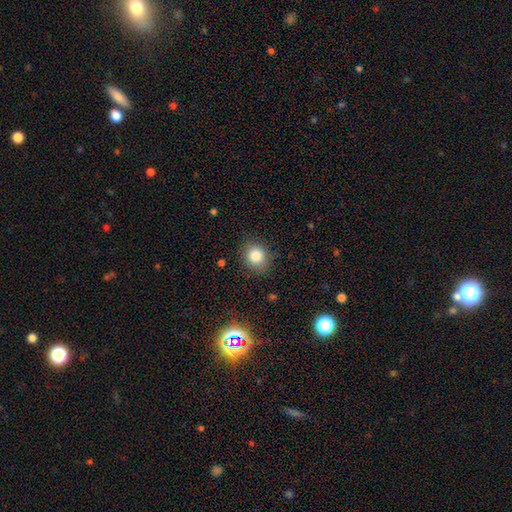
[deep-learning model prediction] Smooth or featured?
  - smooth: 82% *
  - star or artifact: 11%
  - featured or disk: 7%
How rounded?
  - round: 70% *
  - in between: 29%
  - cigar-shaped: 1%
Merging?
  - none: 85% *
  - minor disturbance: 11%
  - major disturbance: 3%
  - merger: 1%